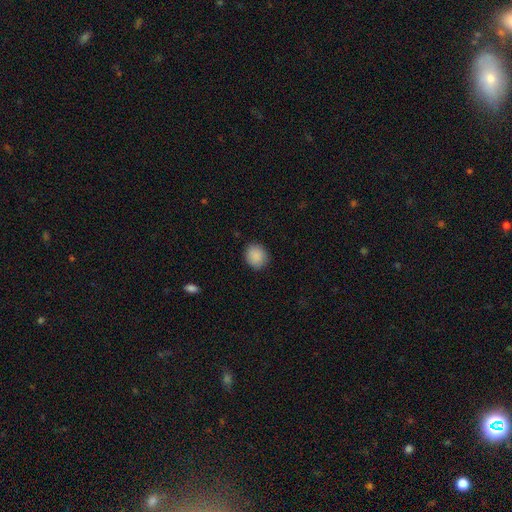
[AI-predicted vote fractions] Morphology: type=smooth (89%); roundness=round (75%); merging=none (88%).